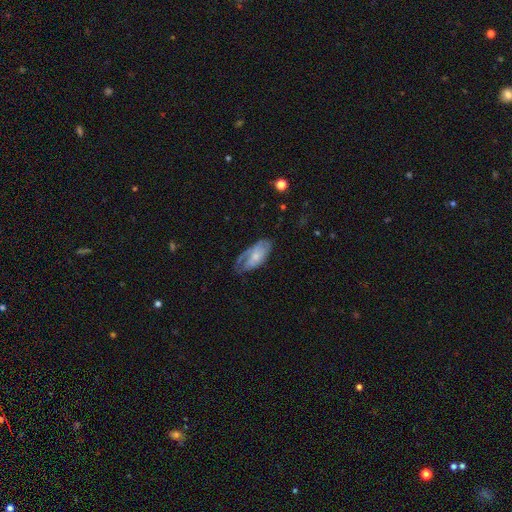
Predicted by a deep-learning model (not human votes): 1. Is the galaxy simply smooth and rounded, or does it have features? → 55% featured or disk, 39% smooth, 6% star or artifact.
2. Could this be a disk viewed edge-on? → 91% no, 9% yes.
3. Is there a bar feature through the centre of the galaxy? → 74% no, 22% weak, 4% strong.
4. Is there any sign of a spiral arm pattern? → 76% yes, 24% no.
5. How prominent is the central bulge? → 52% small, 34% moderate, 8% none, 4% large, 1% dominant.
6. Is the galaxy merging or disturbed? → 49% none, 29% minor disturbance, 20% major disturbance, 2% merger.